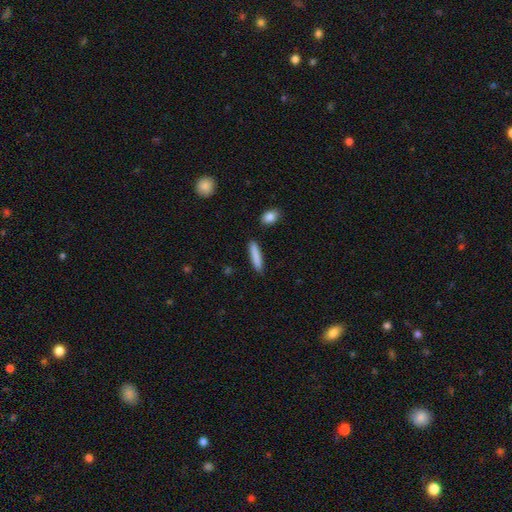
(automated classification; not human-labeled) Smooth or featured?
  - smooth: 85% *
  - featured or disk: 9%
  - star or artifact: 6%
How rounded?
  - cigar-shaped: 86% *
  - in between: 13%
  - round: 2%
Merging?
  - none: 88% *
  - minor disturbance: 8%
  - merger: 2%
  - major disturbance: 2%